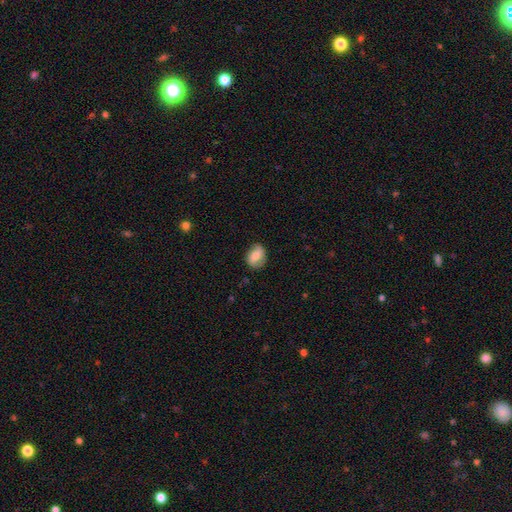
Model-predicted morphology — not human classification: type=smooth (65%); roundness=in between (64%); merging=none (75%).